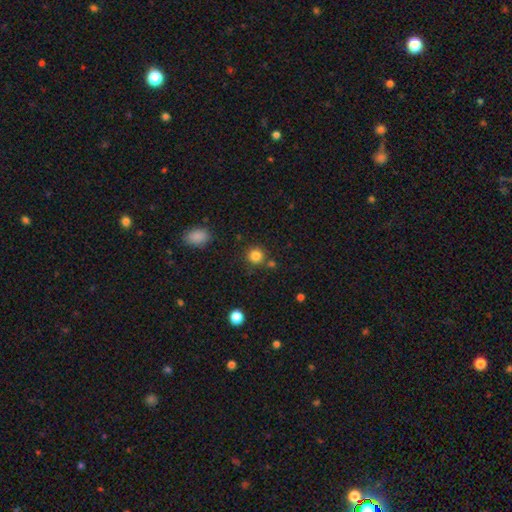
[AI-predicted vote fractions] Smooth or featured?
  - smooth: 83% *
  - star or artifact: 12%
  - featured or disk: 5%
How rounded?
  - round: 91% *
  - in between: 8%
  - cigar-shaped: 1%
Merging?
  - none: 79% *
  - minor disturbance: 9%
  - merger: 9%
  - major disturbance: 3%